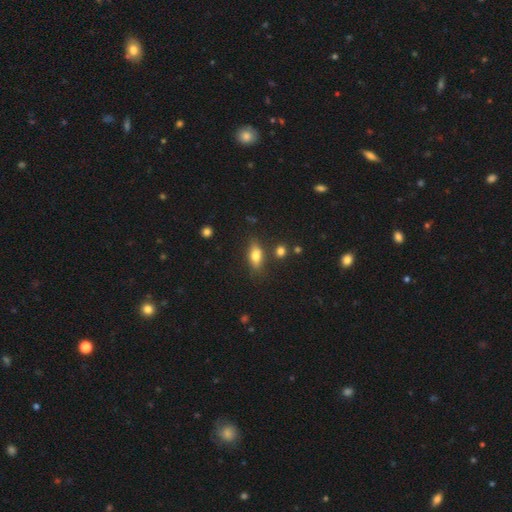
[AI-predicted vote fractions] A smooth galaxy with no disk features (71%) that is in between round and cigar-shaped (77%). Merging: none (77%).